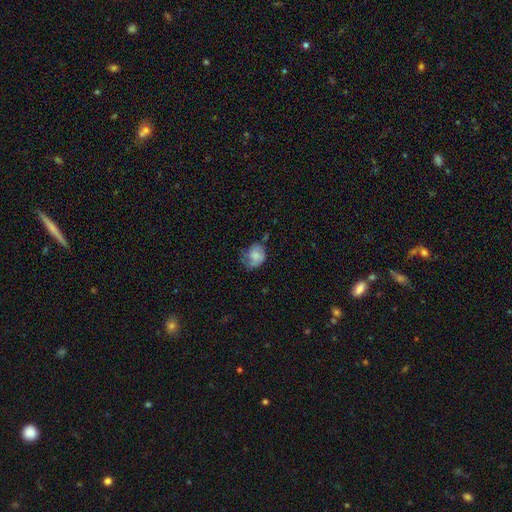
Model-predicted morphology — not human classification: type=smooth (67%); roundness=round (53%); merging=none (40%).